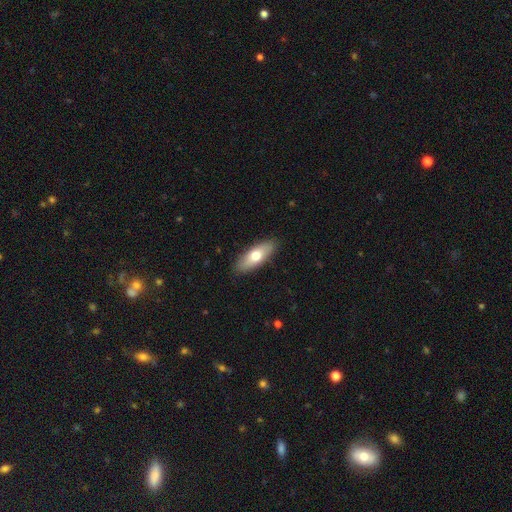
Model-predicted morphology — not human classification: Smooth or featured?
  - smooth: 69% *
  - featured or disk: 25%
  - star or artifact: 6%
How rounded?
  - in between: 67% *
  - cigar-shaped: 31%
  - round: 2%
Merging?
  - none: 88% *
  - minor disturbance: 9%
  - major disturbance: 2%
  - merger: 1%